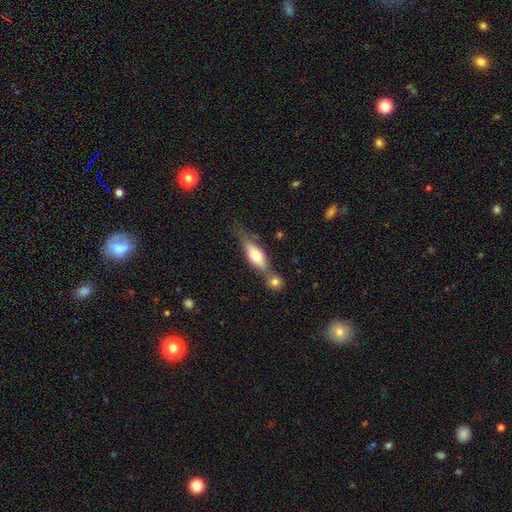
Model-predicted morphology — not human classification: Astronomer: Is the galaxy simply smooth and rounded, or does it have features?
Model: smooth — 55% (runner-up: featured or disk, 39%).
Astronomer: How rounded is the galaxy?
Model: in between — 53% (runner-up: cigar-shaped, 43%).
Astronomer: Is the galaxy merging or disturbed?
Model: none — 43% (runner-up: merger, 37%).